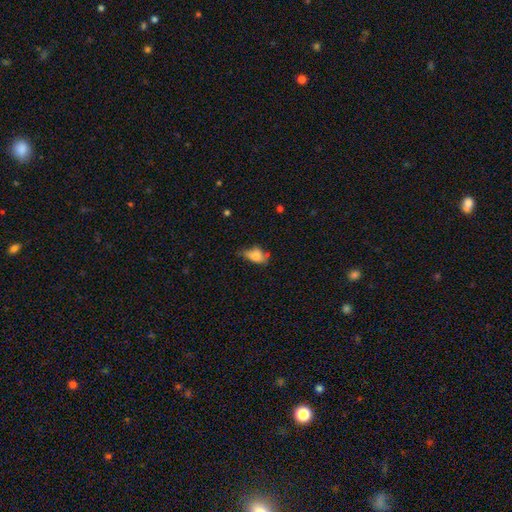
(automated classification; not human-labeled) Q: Smooth or featured?
A: smooth (71%); runner-up: featured or disk (19%)
Q: How rounded?
A: in between (86%); runner-up: round (9%)
Q: Merging?
A: minor disturbance (40%); runner-up: none (35%)